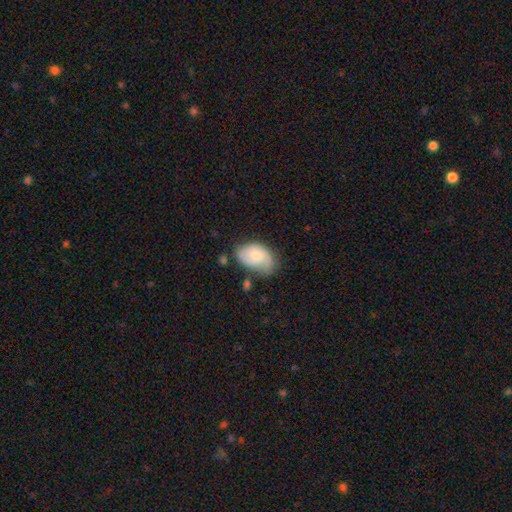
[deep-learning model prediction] This appears to be a smooth galaxy with no disk features (69%) that is in between round and cigar-shaped (88%). Merging: none (51%).